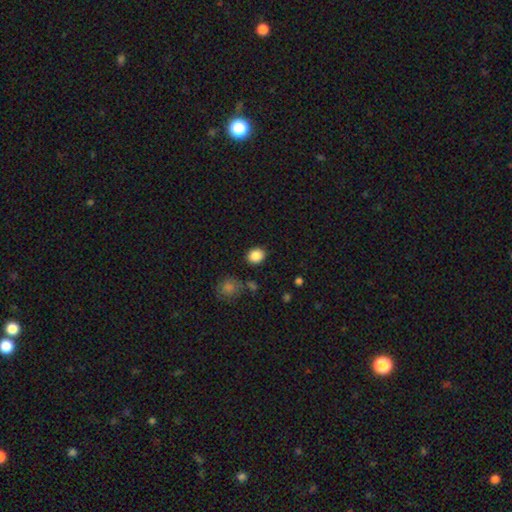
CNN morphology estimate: Smooth or featured: smooth — 86% (star or artifact — 10%)
How rounded: round — 57% (in between — 42%)
Merging: none — 85% (minor disturbance — 9%)